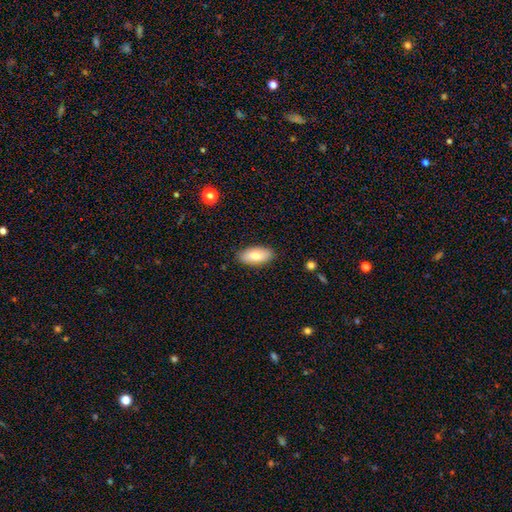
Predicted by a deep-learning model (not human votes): Smooth or featured? smooth (78%)
How rounded? in between (90%)
Merging? none (87%)